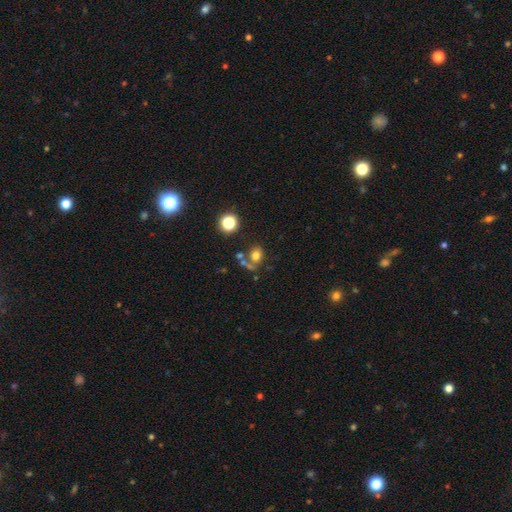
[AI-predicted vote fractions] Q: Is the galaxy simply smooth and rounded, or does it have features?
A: smooth — 71%.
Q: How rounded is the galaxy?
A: round — 52%.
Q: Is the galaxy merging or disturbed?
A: none — 54%.